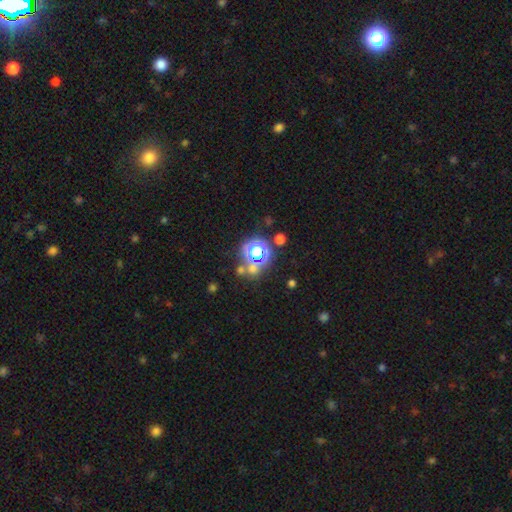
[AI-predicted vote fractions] Q: Smooth or featured?
A: star or artifact (59%); runner-up: smooth (31%)